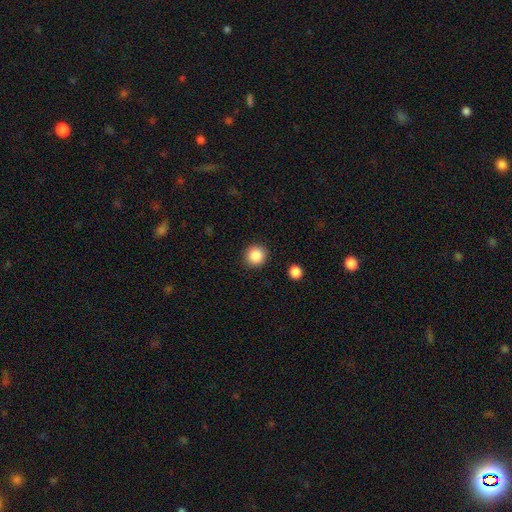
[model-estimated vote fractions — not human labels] Smooth or featured? smooth (87%)
How rounded? round (93%)
Merging? none (90%)